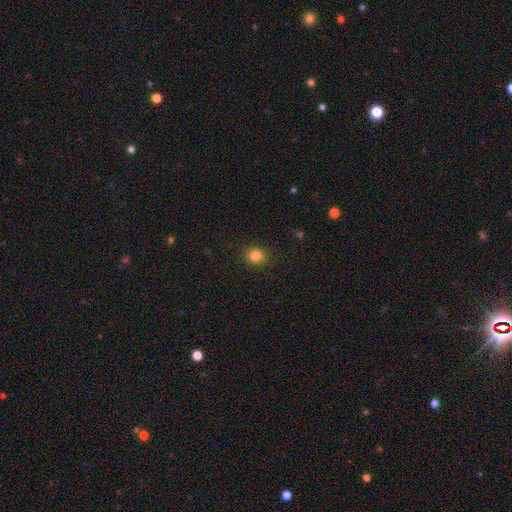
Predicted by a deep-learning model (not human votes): smooth 83%, star or artifact 12%, featured or disk 5%. Down the decision tree: how rounded — round (82%); merging — none (89%).